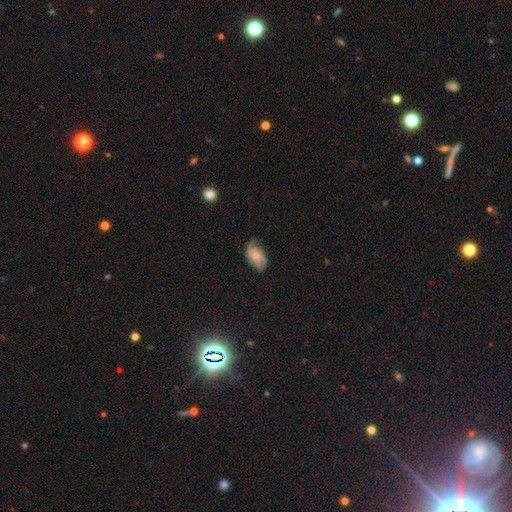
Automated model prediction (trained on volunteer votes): Smooth or featured?
  - smooth: 51% *
  - featured or disk: 42%
  - star or artifact: 8%
How rounded?
  - in between: 91% *
  - round: 7%
  - cigar-shaped: 2%
Merging?
  - none: 54% *
  - minor disturbance: 32%
  - major disturbance: 13%
  - merger: 2%